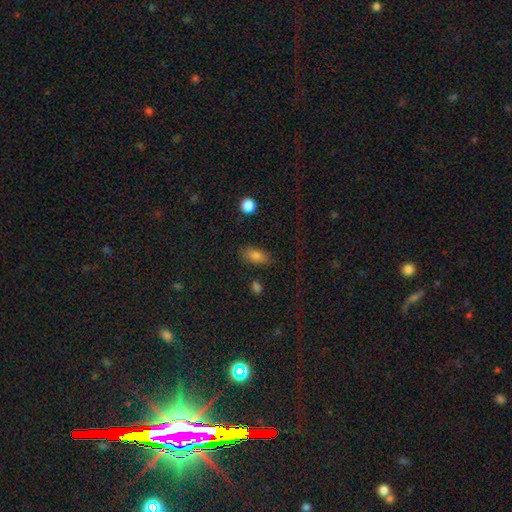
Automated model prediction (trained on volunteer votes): This appears to be a smooth galaxy with no disk features (82%) that is in between round and cigar-shaped (87%). Merging: none (80%).